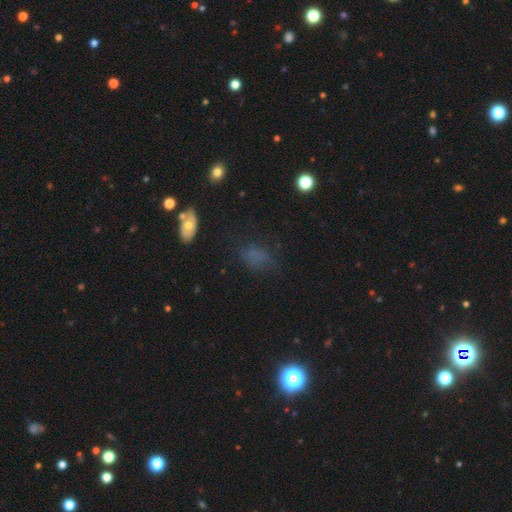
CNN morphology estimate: Q: Smooth or featured?
A: smooth (60%); runner-up: star or artifact (22%)
Q: How rounded?
A: in between (73%); runner-up: round (23%)
Q: Merging?
A: none (51%); runner-up: minor disturbance (25%)